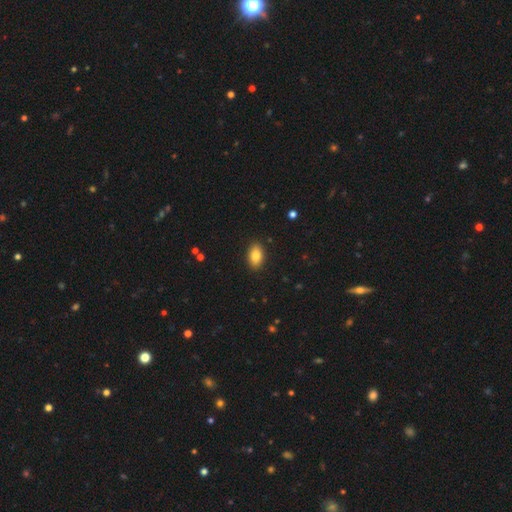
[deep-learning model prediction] Smooth or featured?
  - smooth: 83% *
  - featured or disk: 9%
  - star or artifact: 8%
How rounded?
  - in between: 91% *
  - round: 7%
  - cigar-shaped: 2%
Merging?
  - none: 89% *
  - minor disturbance: 8%
  - major disturbance: 2%
  - merger: 1%